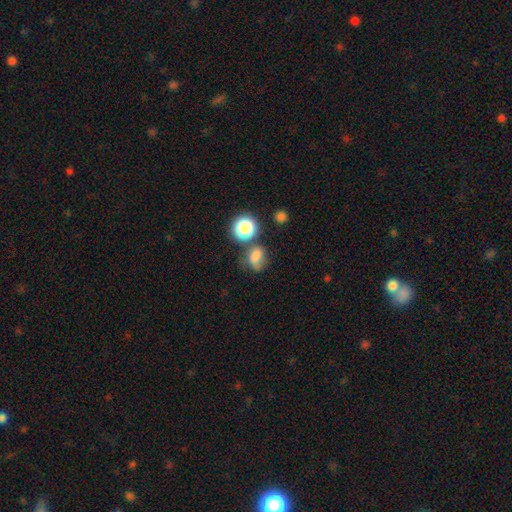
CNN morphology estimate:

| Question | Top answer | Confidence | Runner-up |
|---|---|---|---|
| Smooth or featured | smooth | 71% | star or artifact (16%) |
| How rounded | round | 50% | in between (48%) |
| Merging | none | 42% | minor disturbance (22%) |